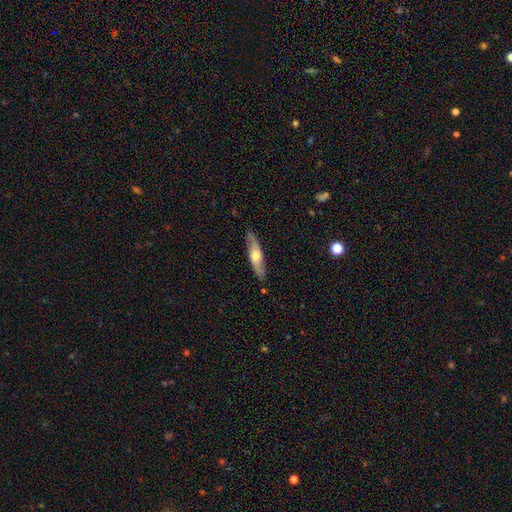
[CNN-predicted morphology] This appears to be a featured or disk galaxy (51%) viewed edge-on (67%). Merging: none (85%).